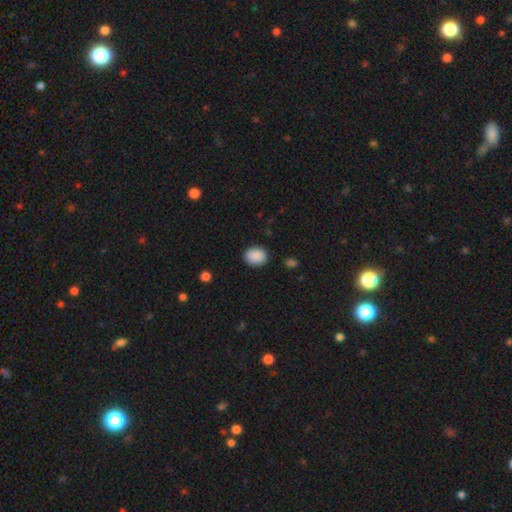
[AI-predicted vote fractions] This is clearly a smooth galaxy (89%). How rounded: possibly in between (55%). Merging: clearly none (86%).